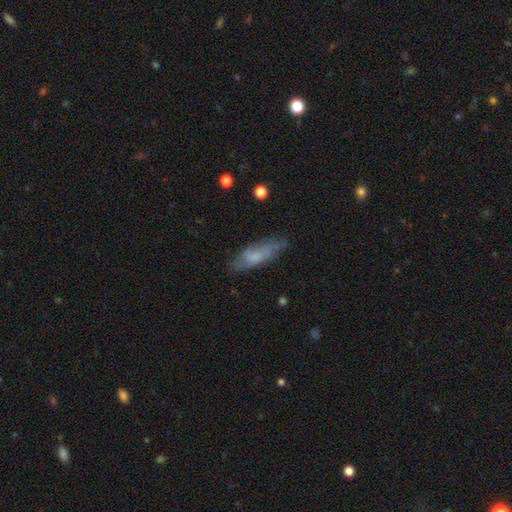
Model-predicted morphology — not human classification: smooth 57%, featured or disk 36%, star or artifact 8%. Down the decision tree: how rounded — in between (54%); merging — none (67%).